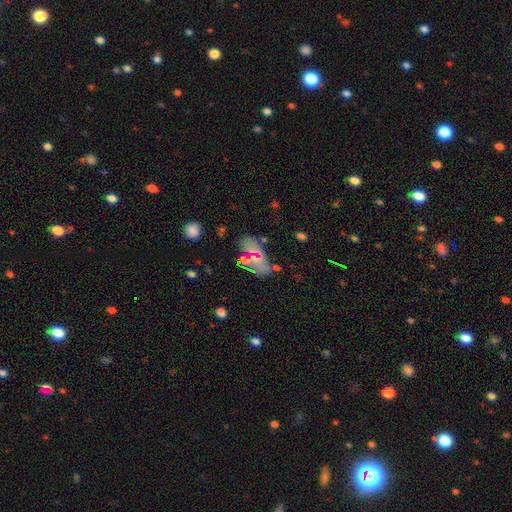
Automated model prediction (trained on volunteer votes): Smooth or featured? Predicted: smooth (p=0.54). How rounded? Predicted: in between (p=0.85). Merging? Predicted: none (p=0.70).